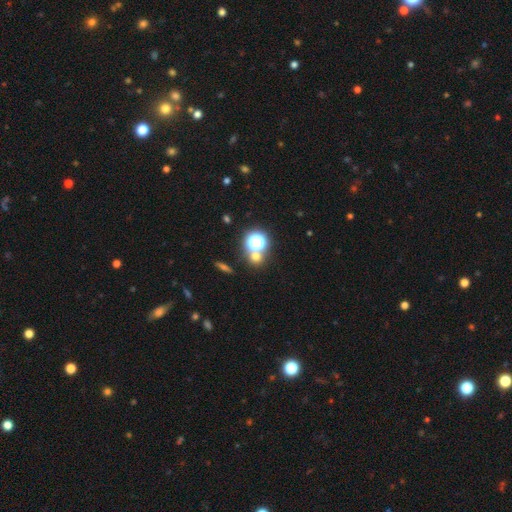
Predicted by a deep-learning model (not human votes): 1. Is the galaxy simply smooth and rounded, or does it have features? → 54% smooth, 37% star or artifact, 9% featured or disk.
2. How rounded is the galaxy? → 85% round, 13% in between, 2% cigar-shaped.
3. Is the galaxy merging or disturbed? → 68% none, 21% merger, 8% minor disturbance, 4% major disturbance.